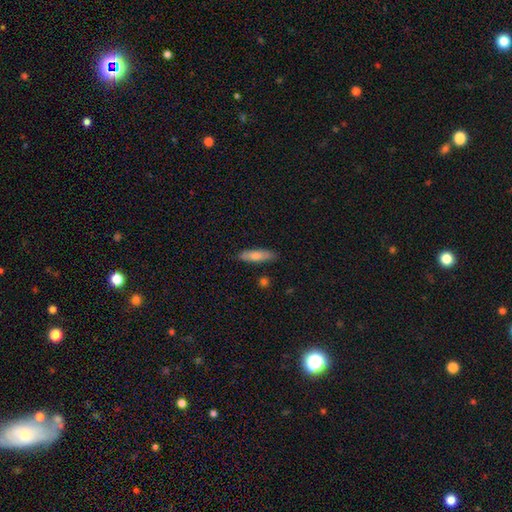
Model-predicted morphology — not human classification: Q: Smooth or featured?
A: smooth (79%); runner-up: featured or disk (15%)
Q: How rounded?
A: cigar-shaped (66%); runner-up: in between (32%)
Q: Merging?
A: none (83%); runner-up: minor disturbance (12%)